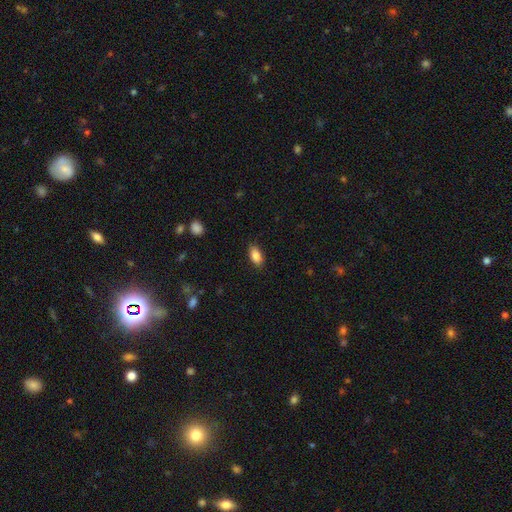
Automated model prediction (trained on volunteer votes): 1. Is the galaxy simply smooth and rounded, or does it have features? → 87% smooth, 8% star or artifact, 5% featured or disk.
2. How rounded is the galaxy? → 90% in between, 6% cigar-shaped, 4% round.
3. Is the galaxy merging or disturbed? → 85% none, 11% minor disturbance, 3% major disturbance, 1% merger.